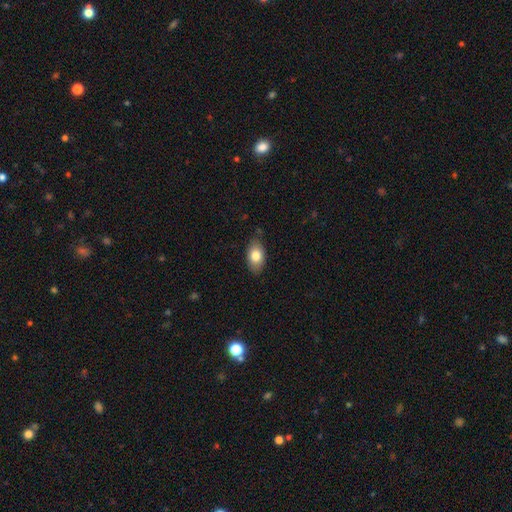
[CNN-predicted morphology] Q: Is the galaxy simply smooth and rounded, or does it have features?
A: smooth — 80%.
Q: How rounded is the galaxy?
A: in between — 89%.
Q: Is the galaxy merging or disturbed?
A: none — 80%.